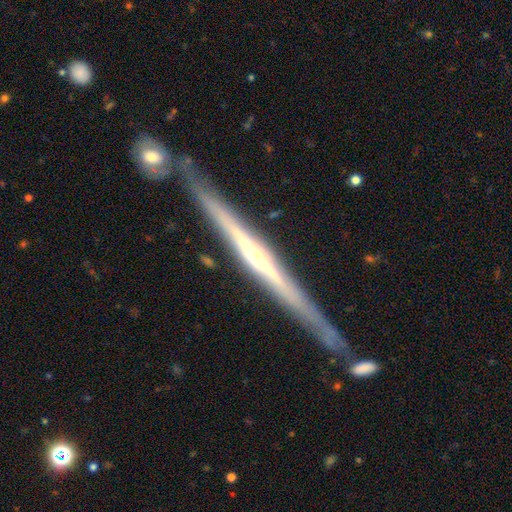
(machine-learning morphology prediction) type=featured or disk (83%); edge-on=yes (97%); edge-on bulge=rounded (65%); merging=none (81%).